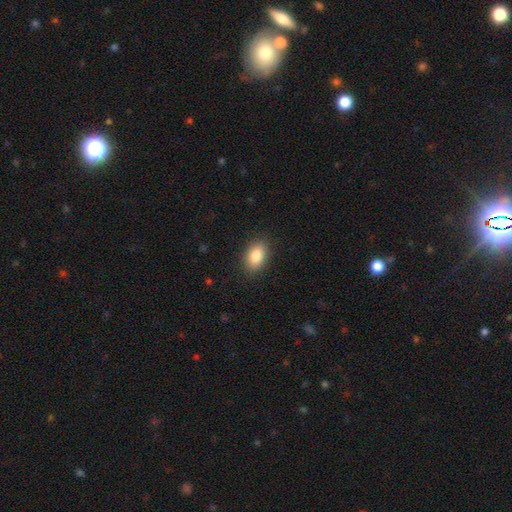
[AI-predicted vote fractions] Smooth or featured?
  - smooth: 85% *
  - featured or disk: 8%
  - star or artifact: 8%
How rounded?
  - in between: 88% *
  - round: 11%
  - cigar-shaped: 2%
Merging?
  - none: 88% *
  - minor disturbance: 9%
  - major disturbance: 2%
  - merger: 1%